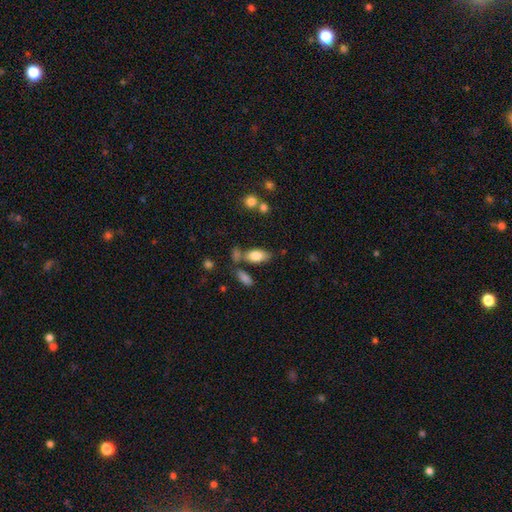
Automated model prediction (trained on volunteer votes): A smooth galaxy with no disk features (80%) that is in between round and cigar-shaped (89%). Merging: none (62%).